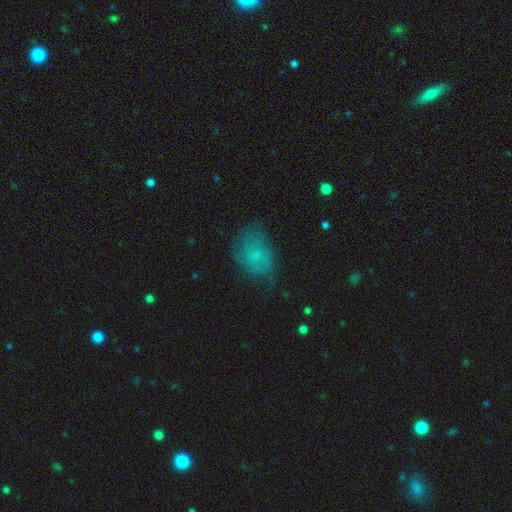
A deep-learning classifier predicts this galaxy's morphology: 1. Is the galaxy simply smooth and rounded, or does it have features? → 55% smooth, 32% featured or disk, 13% star or artifact.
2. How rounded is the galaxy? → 69% in between, 30% round, 1% cigar-shaped.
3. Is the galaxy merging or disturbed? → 59% none, 26% minor disturbance, 13% major disturbance, 2% merger.